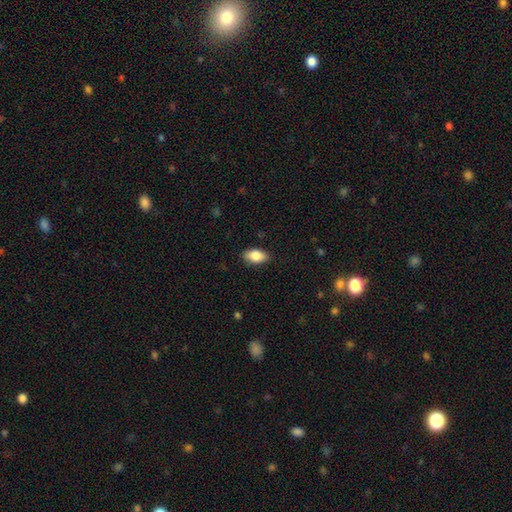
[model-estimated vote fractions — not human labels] Smooth or featured? Predicted: smooth (p=0.85). How rounded? Predicted: in between (p=0.91). Merging? Predicted: none (p=0.87).